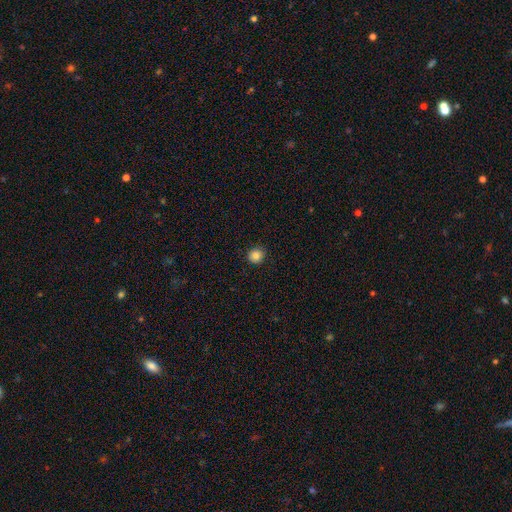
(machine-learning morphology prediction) smooth 85%, star or artifact 11%, featured or disk 4%. Down the decision tree: how rounded — round (88%); merging — none (90%).